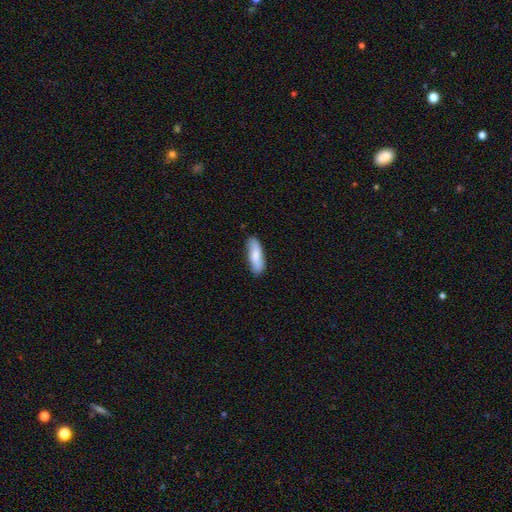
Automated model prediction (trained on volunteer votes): smooth-or-featured: smooth: 78% | featured or disk: 16% | star or artifact: 6%
  how-rounded: in between: 55% | cigar-shaped: 43% | round: 2%
  merging: none: 85% | minor disturbance: 12% | major disturbance: 2% | merger: 1%